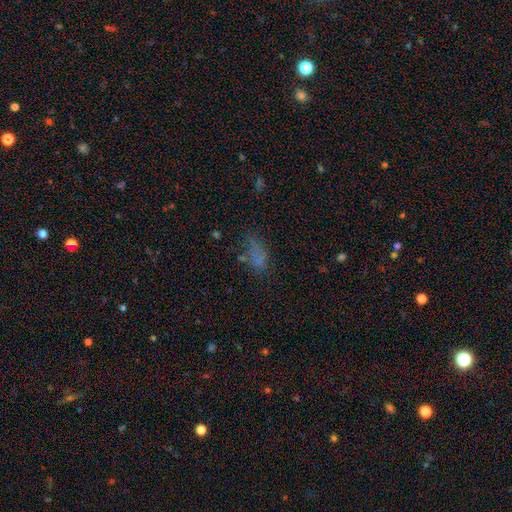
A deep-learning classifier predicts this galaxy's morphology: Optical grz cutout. It shows a smooth galaxy with no disk features (61%) that is in between round and cigar-shaped (79%). Merging: none (47%).